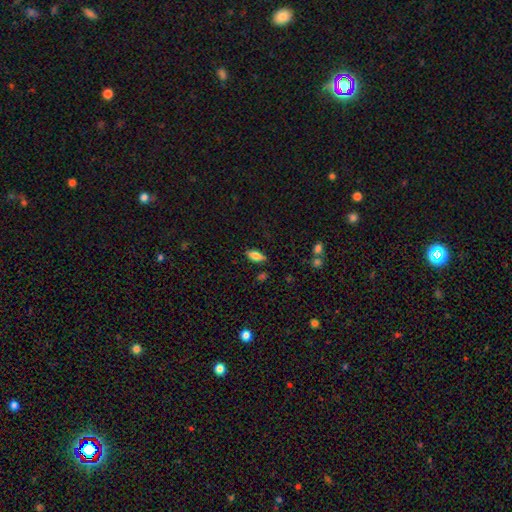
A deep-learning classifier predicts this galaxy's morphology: Smooth or featured? Predicted: smooth (p=0.77). How rounded? Predicted: in between (p=0.85). Merging? Predicted: none (p=0.84).